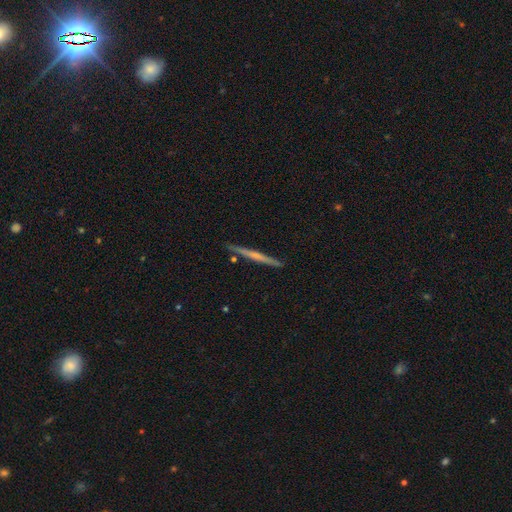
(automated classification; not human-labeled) The model was most divided on "smooth or featured": featured or disk: 55%, smooth: 39%, star or artifact: 5%. More confident: edge-on disk — yes (98%); merging — none (90%); edge-on bulge — none (67%).